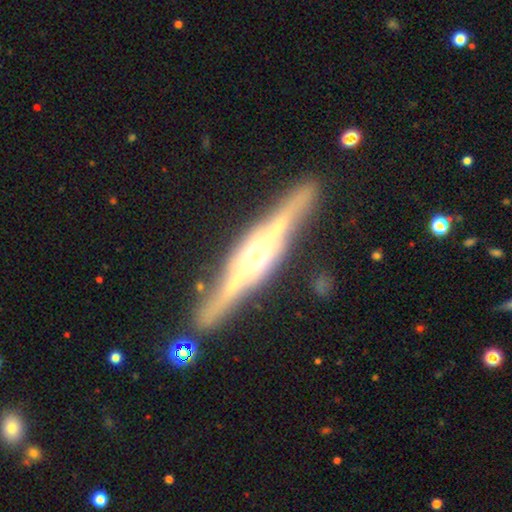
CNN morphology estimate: smooth_or_featured: featured or disk (p=0.85) [alt: smooth p=0.10]
disk_edge_on: yes (p=0.97) [alt: no p=0.03]
edge_on_bulge: rounded (p=0.70) [alt: boxy p=0.25]
merging: none (p=0.86) [alt: minor disturbance p=0.09]